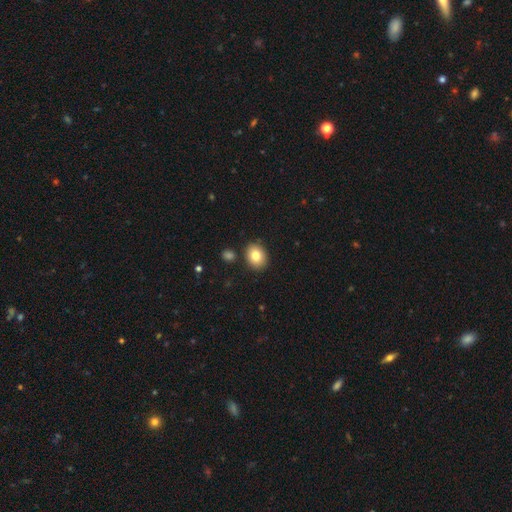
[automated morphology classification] This is clearly a smooth galaxy (82%). How rounded: possibly in between (52%). Merging: clearly none (85%).